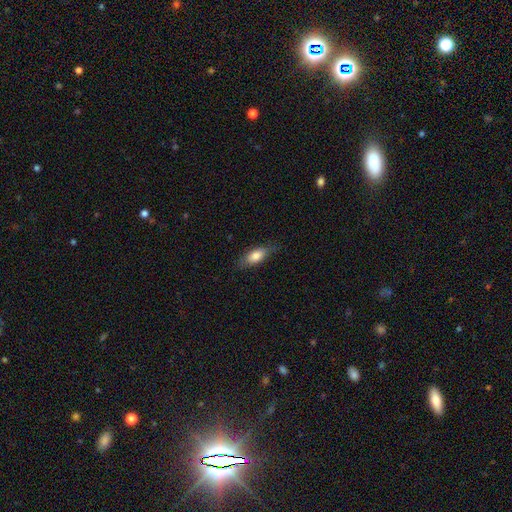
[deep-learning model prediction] Overall: smooth (76%). How rounded: in between (79%). Merging: none (74%).